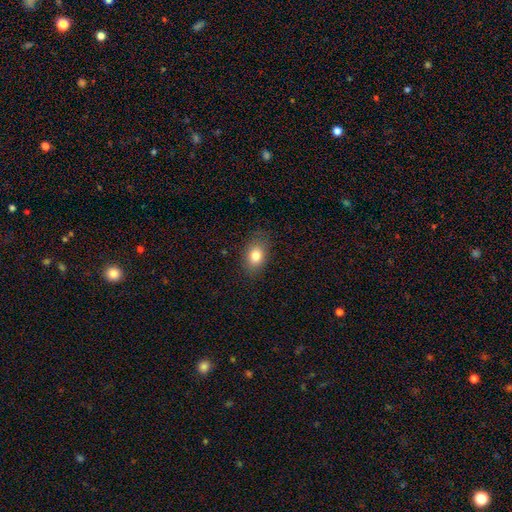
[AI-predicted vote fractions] Smooth or featured? Predicted: smooth (p=0.81). How rounded? Predicted: in between (p=0.83). Merging? Predicted: none (p=0.83).